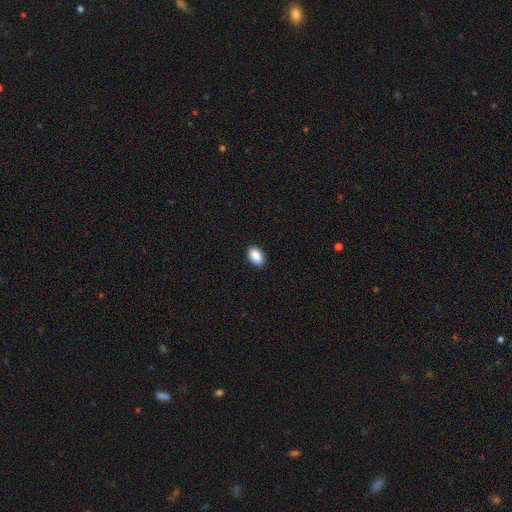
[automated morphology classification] Smooth or featured? smooth (90%)
How rounded? in between (90%)
Merging? none (90%)